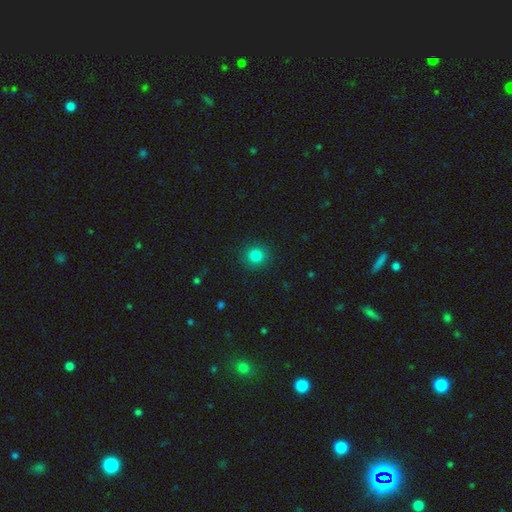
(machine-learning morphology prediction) A smooth galaxy with no disk features (83%) that is round (93%). Merging: none (91%).